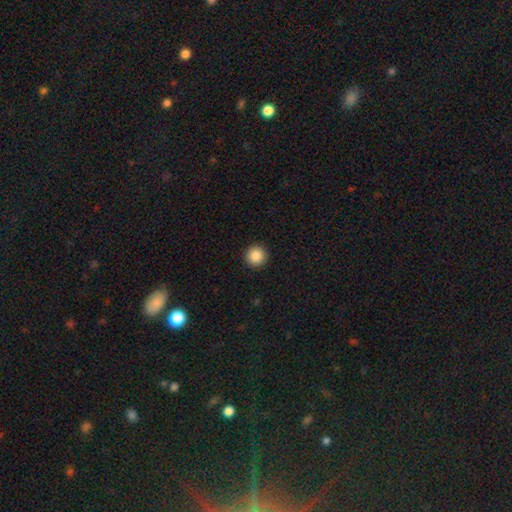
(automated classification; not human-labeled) Smooth or featured: smooth — 87% (star or artifact — 9%)
How rounded: round — 96% (in between — 3%)
Merging: none — 93% (minor disturbance — 4%)